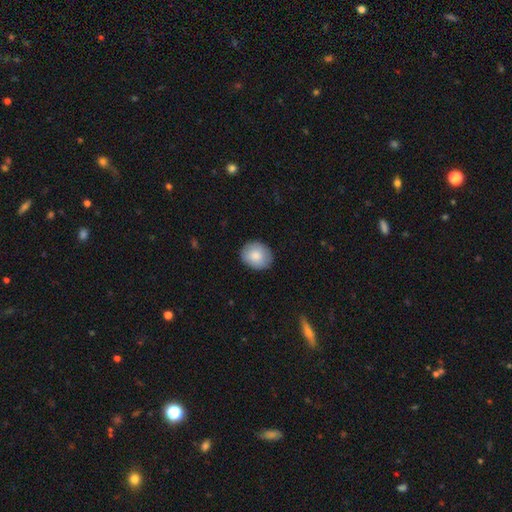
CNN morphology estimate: Smooth or featured? smooth (84%)
How rounded? round (64%)
Merging? none (87%)